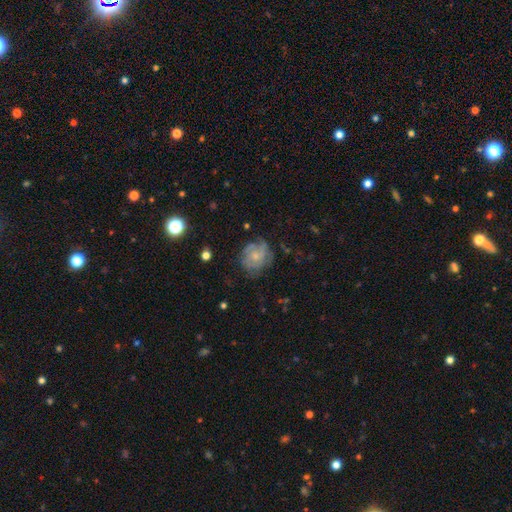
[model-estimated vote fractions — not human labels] Q: Smooth or featured?
A: featured or disk (53%); runner-up: smooth (38%)
Q: Edge-on disk?
A: no (97%); runner-up: yes (3%)
Q: Bar?
A: no (82%); runner-up: weak (16%)
Q: Spiral arms?
A: yes (65%); runner-up: no (35%)
Q: Bulge size?
A: small (55%); runner-up: moderate (33%)
Q: Merging?
A: none (59%); runner-up: minor disturbance (25%)